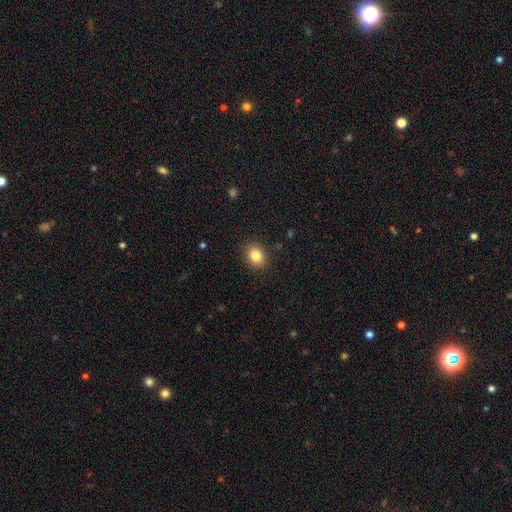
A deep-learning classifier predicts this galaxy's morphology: The model was most divided on "how rounded": round: 54%, in between: 46%, cigar-shaped: 1%. More confident: merging — none (88%); smooth or featured — smooth (84%).